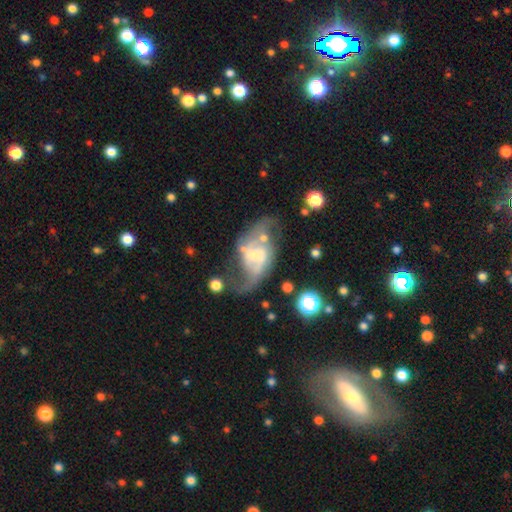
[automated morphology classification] Smooth or featured? featured or disk (80%)
Edge-on disk? no (97%)
Bar? weak (45%)
Spiral arms? yes (89%)
Spiral winding? loose (55%)
Spiral arm count? 2 (86%)
Bulge size? small (37%)
Merging? none (43%)